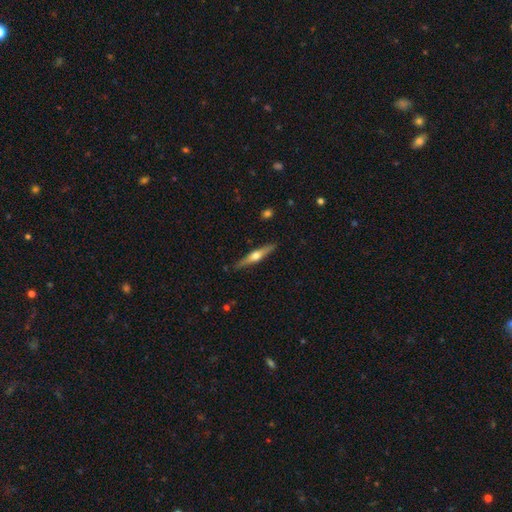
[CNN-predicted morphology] Smooth or featured? featured or disk (63%)
Edge-on disk? yes (97%)
Edge-on bulge? rounded (93%)
Merging? none (88%)